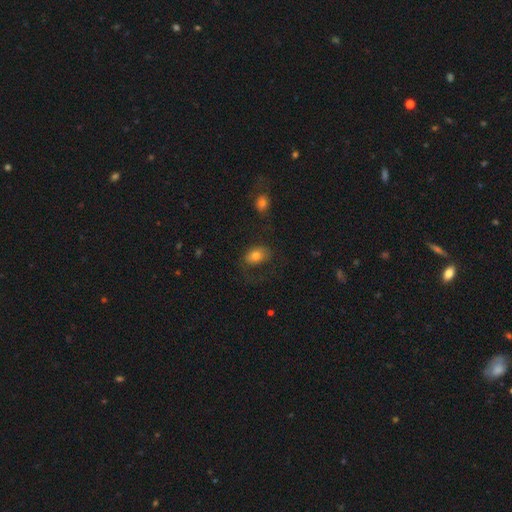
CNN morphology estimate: smooth-or-featured: smooth: 74% | featured or disk: 17% | star or artifact: 9%
  how-rounded: in between: 76% | round: 23% | cigar-shaped: 1%
  merging: none: 57% | major disturbance: 21% | minor disturbance: 19% | merger: 3%